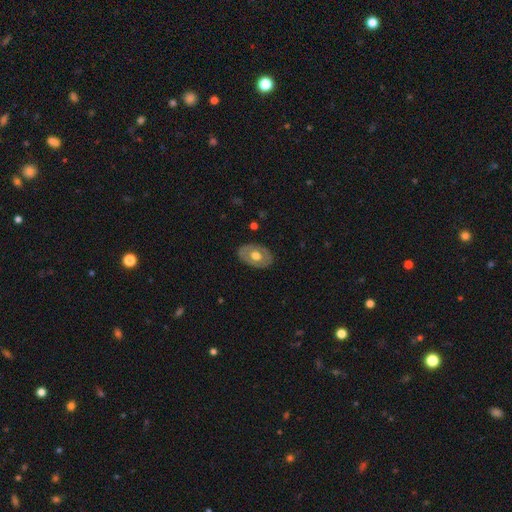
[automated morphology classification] This appears to be a featured or disk galaxy (47%, tied with smooth). Merging: none (83%).